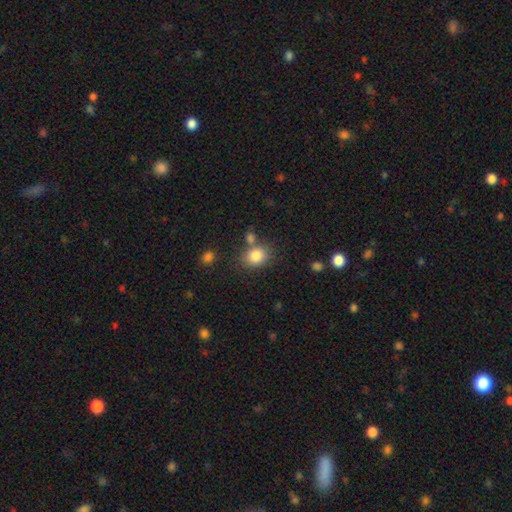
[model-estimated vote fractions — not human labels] Morphology: type=smooth (84%); roundness=in between (51%); merging=none (65%).